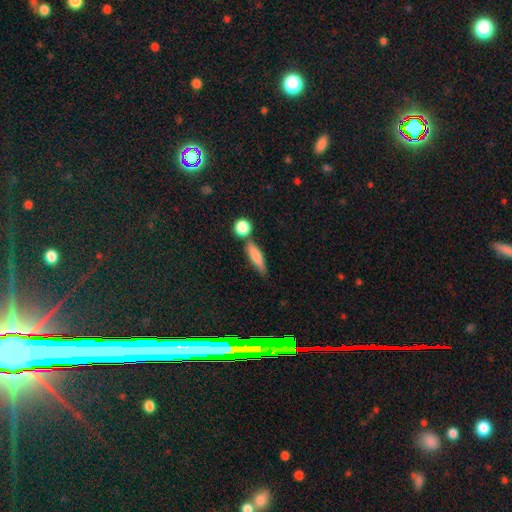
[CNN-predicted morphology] Q: Smooth or featured?
A: smooth (74%); runner-up: featured or disk (18%)
Q: How rounded?
A: cigar-shaped (61%); runner-up: in between (34%)
Q: Merging?
A: none (58%); runner-up: merger (19%)